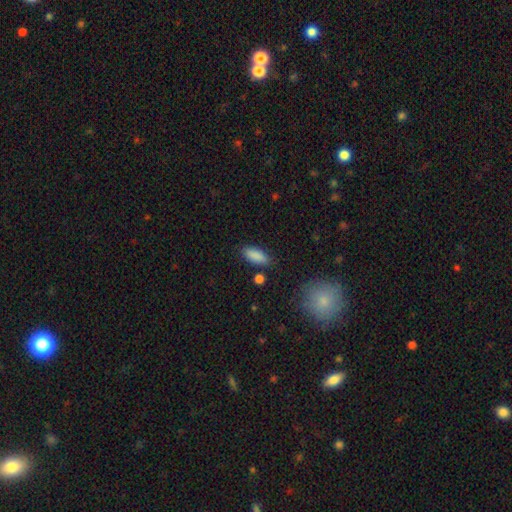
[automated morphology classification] Smooth or featured? smooth (88%)
How rounded? in between (79%)
Merging? none (82%)